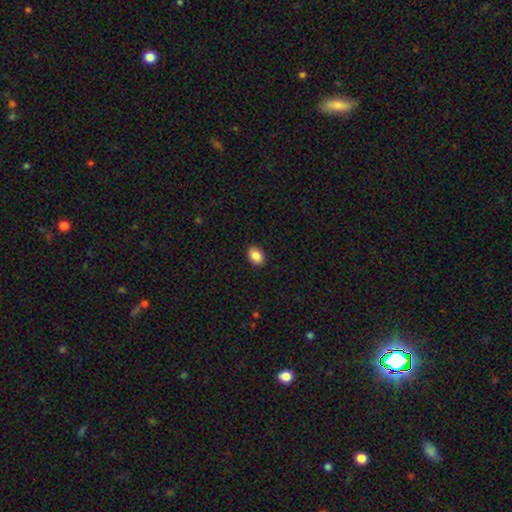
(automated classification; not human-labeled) Overall: smooth (88%). How rounded: in between (78%). Merging: none (90%).